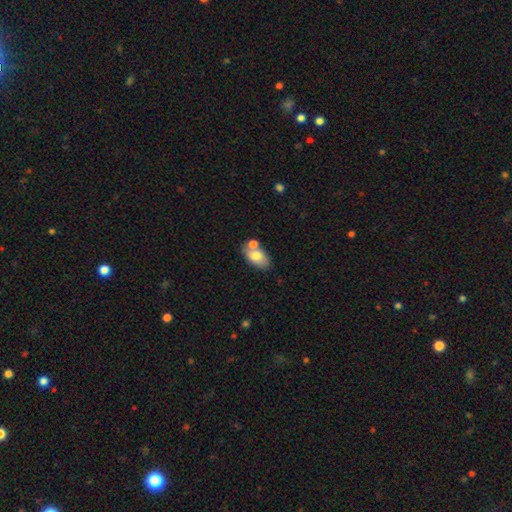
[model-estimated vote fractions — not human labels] Smooth or featured? Predicted: smooth (p=0.75). How rounded? Predicted: in between (p=0.91). Merging? Predicted: none (p=0.55).